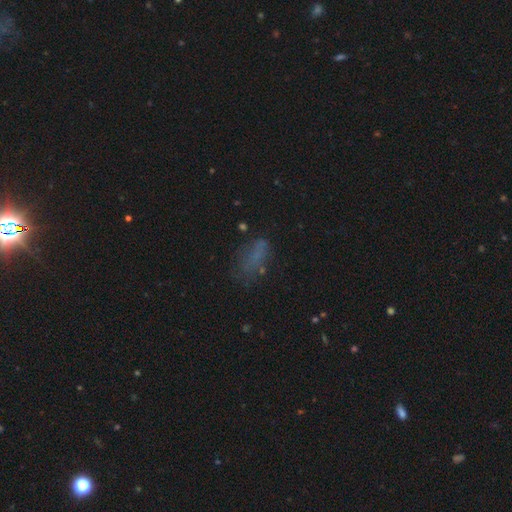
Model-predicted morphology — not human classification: This is possibly a smooth galaxy (54%). How rounded: likely in between (77%). Merging: possibly none (48%).